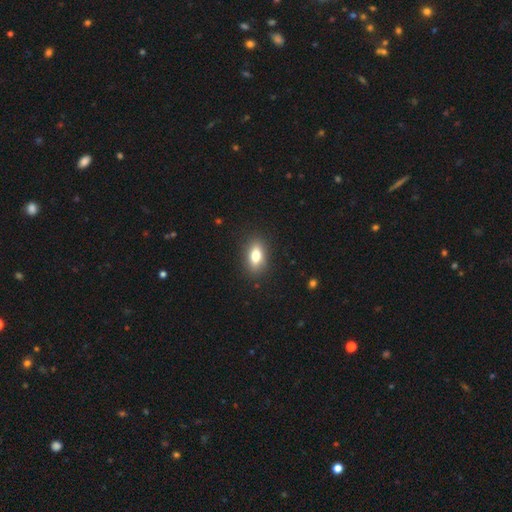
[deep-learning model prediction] The model was most divided on "smooth or featured": smooth: 76%, featured or disk: 16%, star or artifact: 8%. More confident: merging — none (87%); how rounded — in between (84%).